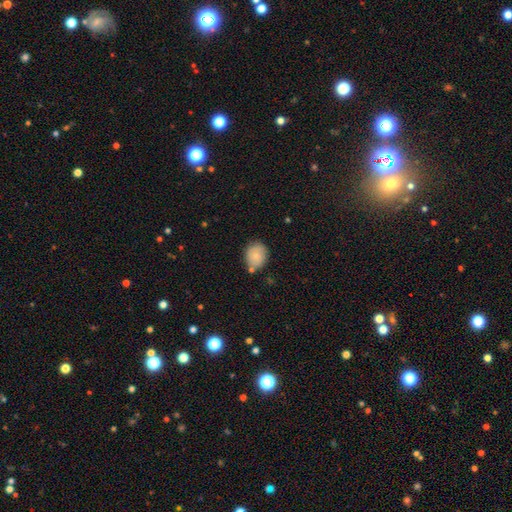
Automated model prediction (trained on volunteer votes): smooth 81%, featured or disk 12%, star or artifact 8%. Down the decision tree: how rounded — round (53%); merging — none (73%).